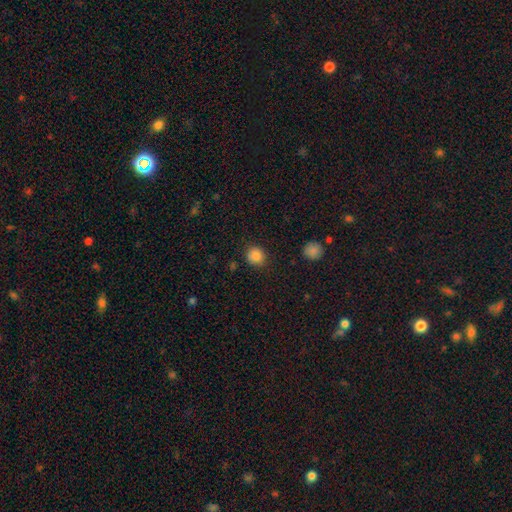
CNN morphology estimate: type=smooth (86%); roundness=round (88%); merging=none (88%).